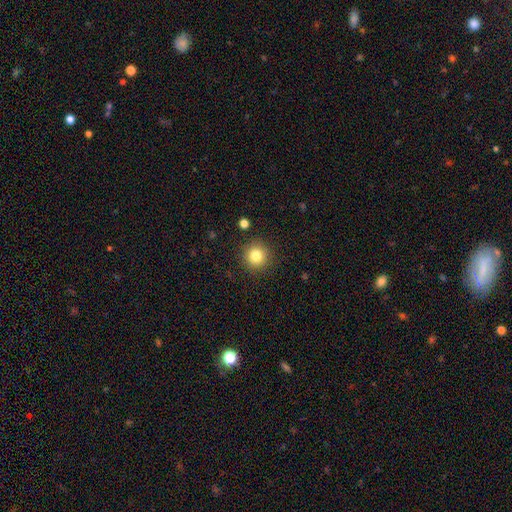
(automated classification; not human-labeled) Overall: smooth (81%). How rounded: round (94%). Merging: none (90%).